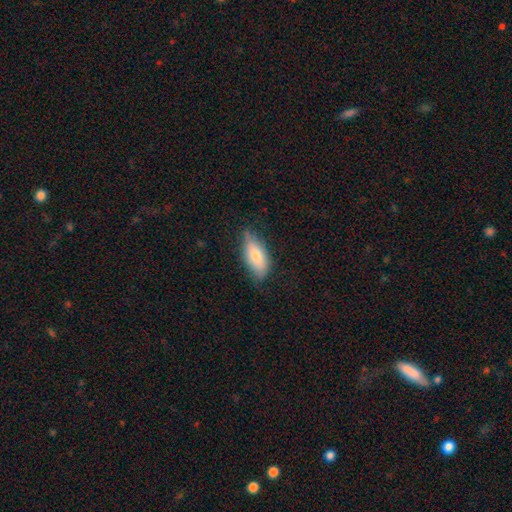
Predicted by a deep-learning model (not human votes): A smooth galaxy with no disk features (70%) that is in between round and cigar-shaped (83%).

Vote fractions:
- Smooth or featured? smooth: 70% / featured or disk: 23% / star or artifact: 7%
- How rounded? in between: 83% / cigar-shaped: 15% / round: 3%
- Merging? none: 67% / minor disturbance: 27% / major disturbance: 5% / merger: 1%